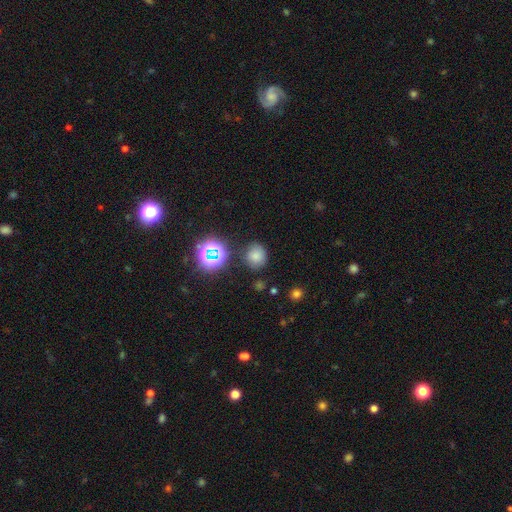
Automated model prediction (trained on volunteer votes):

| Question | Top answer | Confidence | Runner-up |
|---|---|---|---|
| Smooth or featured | smooth | 71% | star or artifact (22%) |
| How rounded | round | 80% | in between (19%) |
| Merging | none | 78% | minor disturbance (14%) |